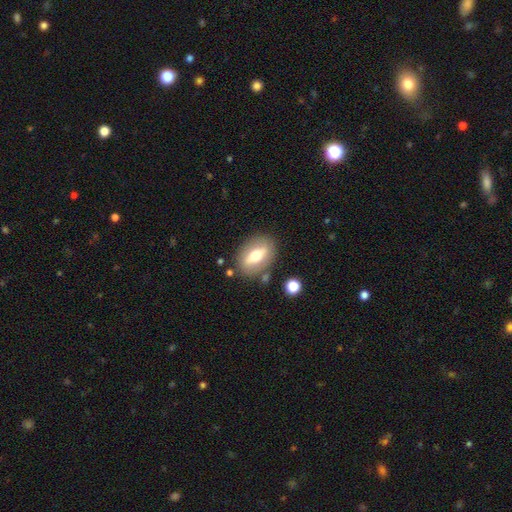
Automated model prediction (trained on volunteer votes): smooth_or_featured: smooth (p=0.50) [alt: featured or disk p=0.42]
how_rounded: in between (p=0.77) [alt: round p=0.17]
merging: none (p=0.80) [alt: minor disturbance p=0.12]